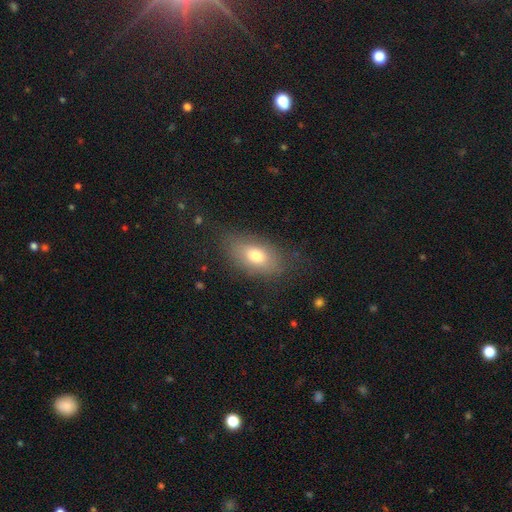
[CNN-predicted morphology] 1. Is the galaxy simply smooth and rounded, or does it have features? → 74% smooth, 17% featured or disk, 9% star or artifact.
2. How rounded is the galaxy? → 88% in between, 8% round, 4% cigar-shaped.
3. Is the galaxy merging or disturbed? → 77% none, 15% minor disturbance, 6% major disturbance, 1% merger.